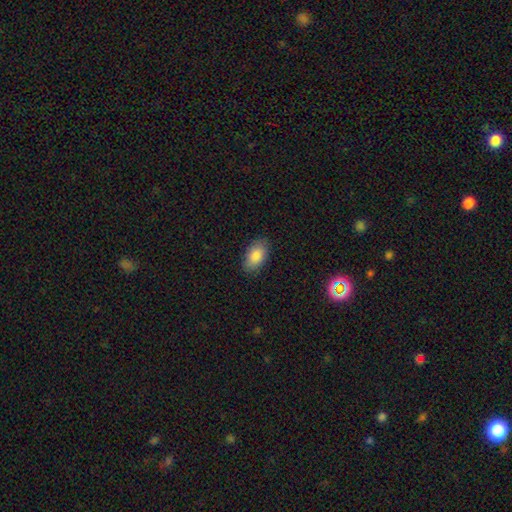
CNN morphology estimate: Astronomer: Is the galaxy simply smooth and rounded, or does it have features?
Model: smooth — 87%.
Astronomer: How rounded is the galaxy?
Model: in between — 93%.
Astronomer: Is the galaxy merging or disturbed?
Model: none — 86%.